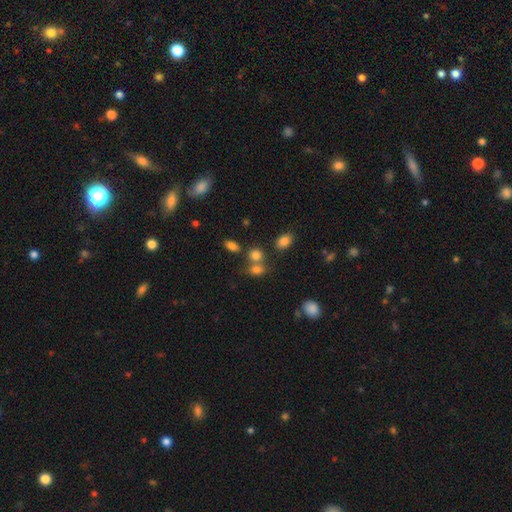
Smooth or featured? smooth (80%)
How rounded? round (76%)
Merging? none (67%)